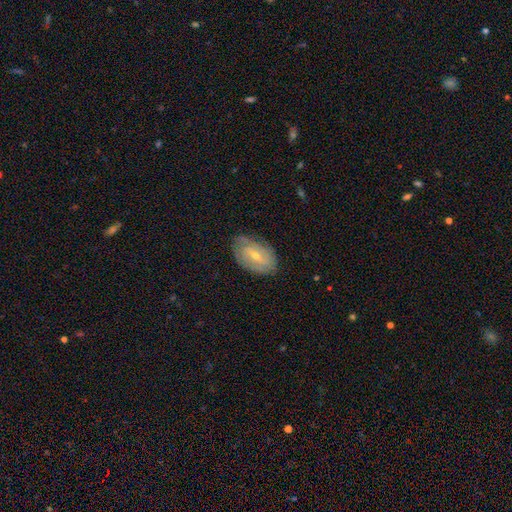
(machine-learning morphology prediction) smooth-or-featured: featured or disk: 61% | smooth: 32% | star or artifact: 7%
  disk-edge-on: no: 93% | yes: 7%
    bar: weak: 46% | no: 38% | strong: 16%
    has-spiral-arms: yes: 71% | no: 29%
    bulge-size: small: 63% | moderate: 33% | none: 1% | large: 1% | dominant: 1%
  merging: none: 73% | minor disturbance: 21% | major disturbance: 5% | merger: 1%